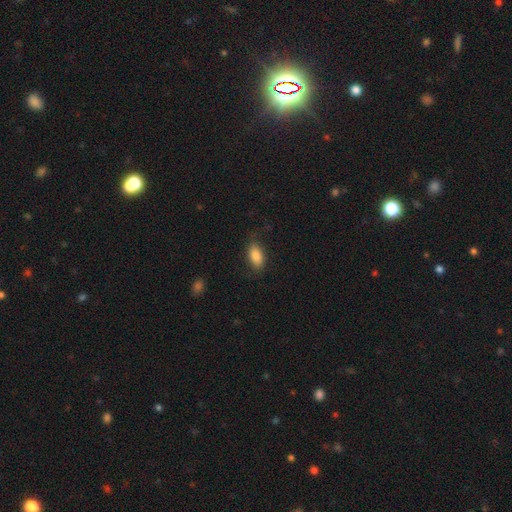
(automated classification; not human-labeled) Smooth or featured? smooth (86%)
How rounded? in between (90%)
Merging? none (75%)